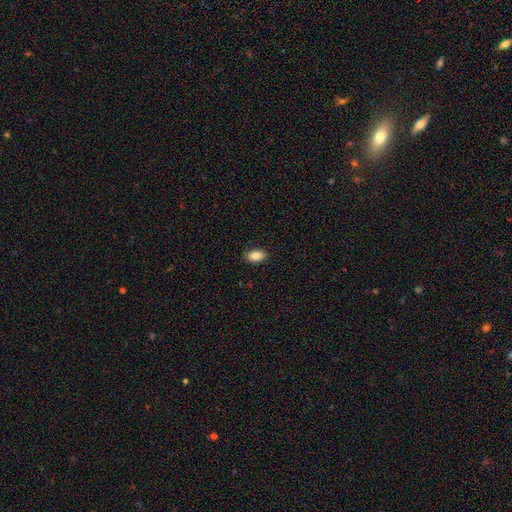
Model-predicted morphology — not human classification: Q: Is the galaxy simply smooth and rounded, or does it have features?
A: smooth — 86%.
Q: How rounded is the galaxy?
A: in between — 90%.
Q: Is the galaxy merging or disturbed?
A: none — 87%.